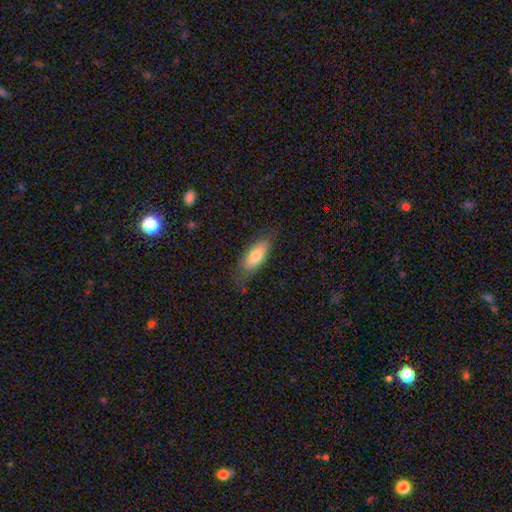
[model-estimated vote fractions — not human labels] smooth-or-featured: smooth: 73% | featured or disk: 20% | star or artifact: 6%
  how-rounded: in between: 76% | cigar-shaped: 22% | round: 2%
  merging: none: 71% | minor disturbance: 21% | major disturbance: 6% | merger: 1%